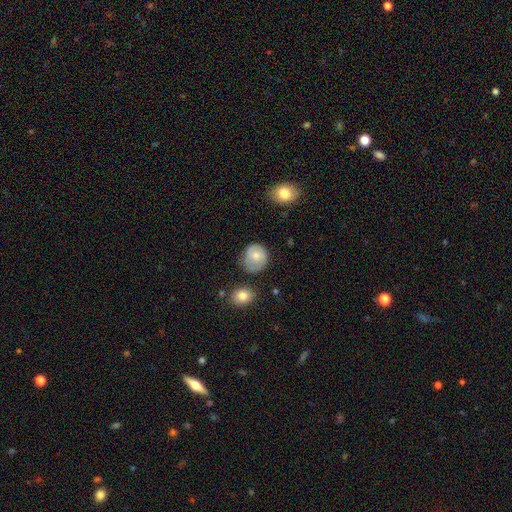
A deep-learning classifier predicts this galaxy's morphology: A smooth galaxy with no disk features (68%) that is round (77%). Merging: none (60%).